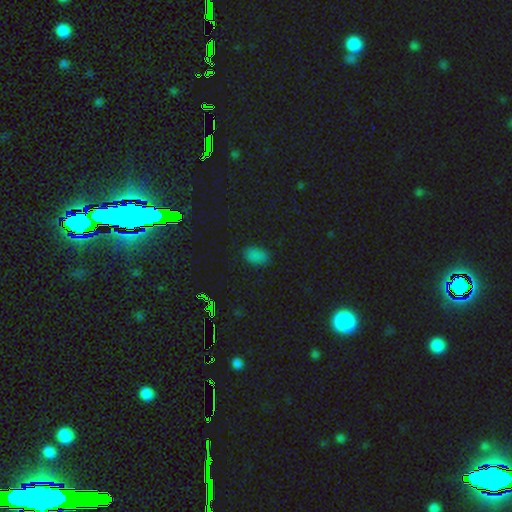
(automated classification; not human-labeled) Morphology: type=smooth (75%); roundness=in between (89%); merging=none (84%).